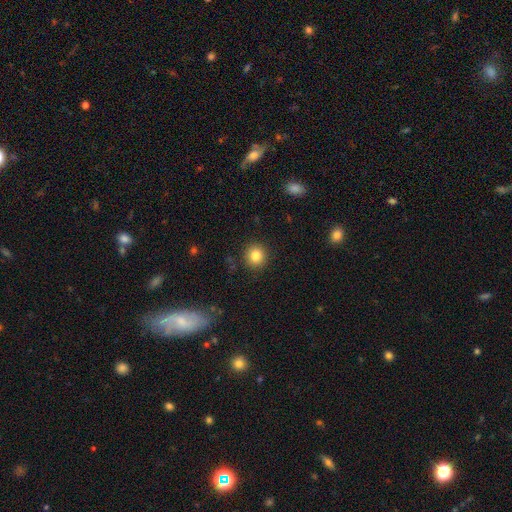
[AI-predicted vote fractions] smooth 83%, star or artifact 10%, featured or disk 7%. Down the decision tree: how rounded — round (92%); merging — none (91%).